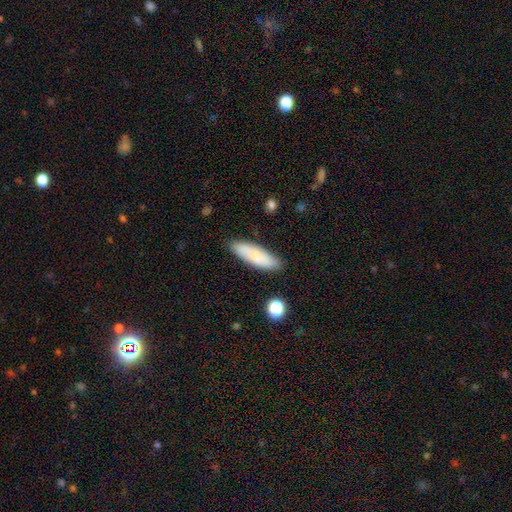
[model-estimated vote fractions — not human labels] smooth-or-featured: smooth: 80% | featured or disk: 13% | star or artifact: 7%
  how-rounded: cigar-shaped: 54% | in between: 44% | round: 2%
  merging: none: 85% | minor disturbance: 11% | major disturbance: 2% | merger: 2%